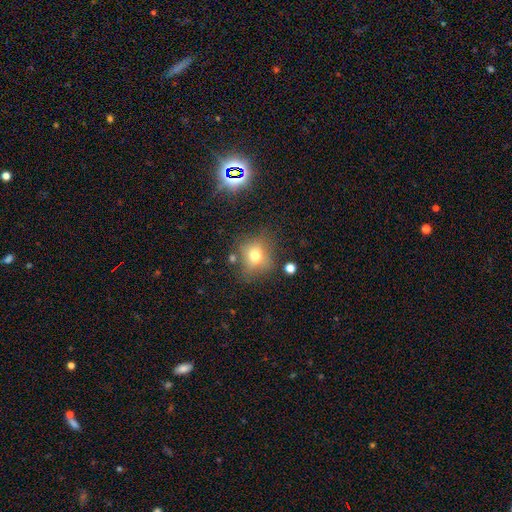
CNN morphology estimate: The model was most divided on "merging": none: 69%, minor disturbance: 18%, major disturbance: 8%, merger: 6%. More confident: how rounded — round (76%); smooth or featured — smooth (70%).